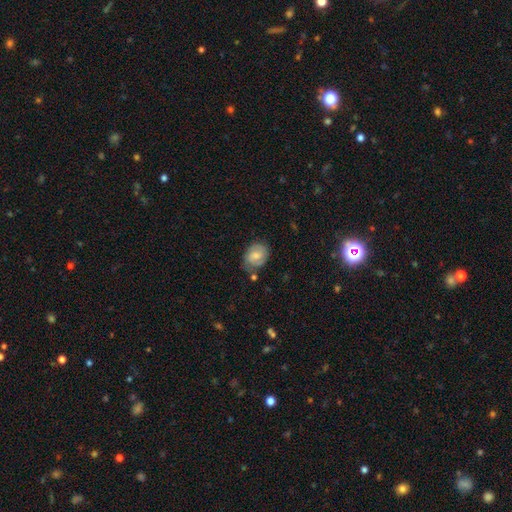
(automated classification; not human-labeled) Q: Smooth or featured?
A: smooth (49%); runner-up: featured or disk (43%)
Q: Merging?
A: none (67%); runner-up: minor disturbance (22%)